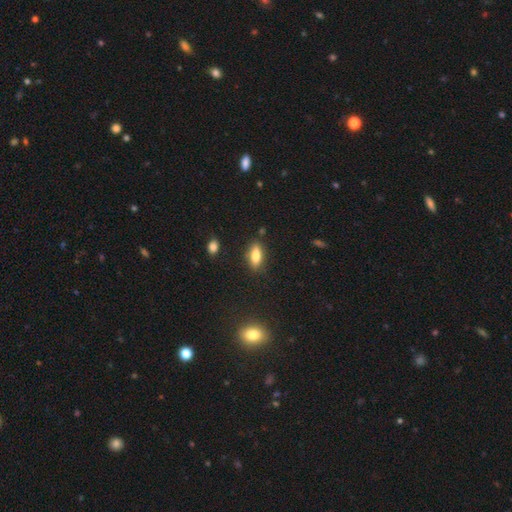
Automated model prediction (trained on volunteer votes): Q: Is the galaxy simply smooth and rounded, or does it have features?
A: smooth — 76%.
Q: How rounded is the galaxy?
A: in between — 70%.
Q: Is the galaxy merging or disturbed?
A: none — 83%.